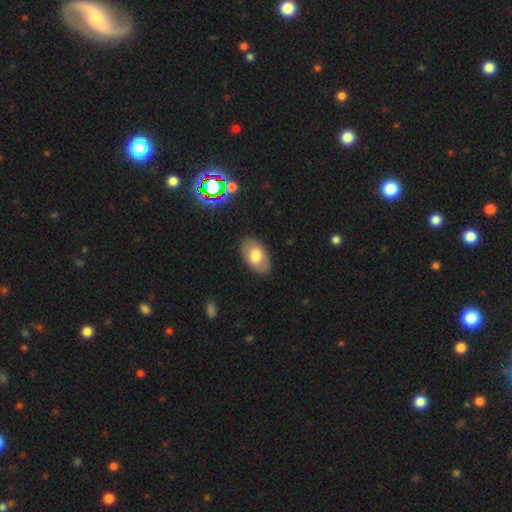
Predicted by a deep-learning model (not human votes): Morphology: type=smooth (74%); roundness=in between (93%); merging=none (87%).